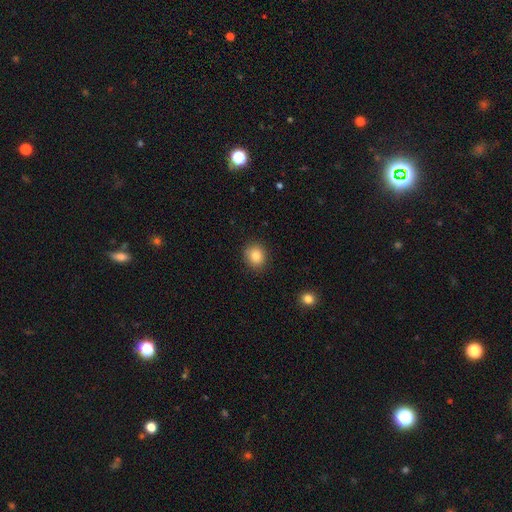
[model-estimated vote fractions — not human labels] A smooth galaxy with no disk features (84%) that is round (74%).

Vote fractions:
- Smooth or featured? smooth: 84% / star or artifact: 10% / featured or disk: 6%
- How rounded? round: 74% / in between: 25% / cigar-shaped: 1%
- Merging? none: 87% / minor disturbance: 10% / major disturbance: 2% / merger: 1%